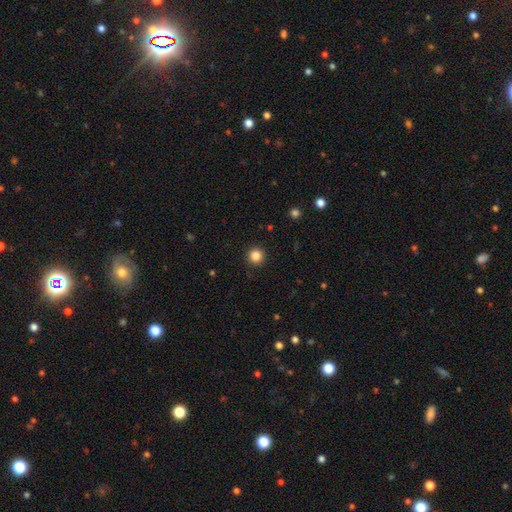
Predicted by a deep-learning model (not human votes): A smooth galaxy with no disk features (85%) that is round (96%). Merging: none (92%).